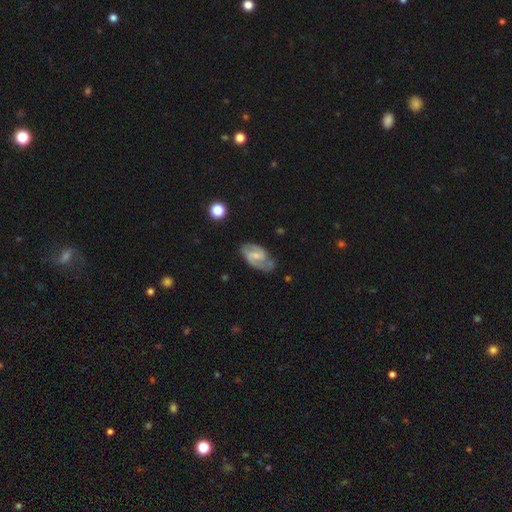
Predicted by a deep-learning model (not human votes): A featured or disk galaxy (83%) with a weak bar (54%), 2 (89%) medium (55%) spiral arms (96%) and a small central bulge (59%). Merging: none (72%).